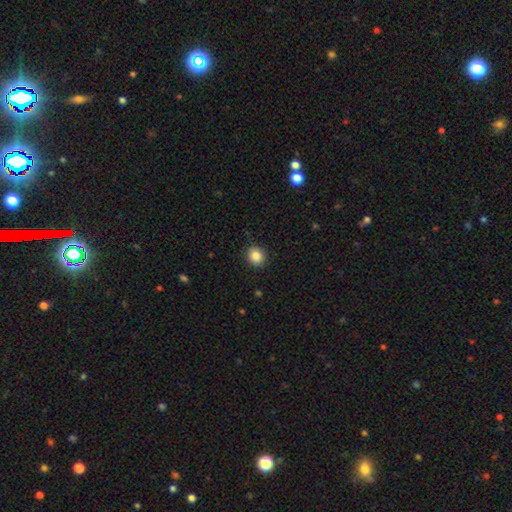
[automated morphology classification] A smooth galaxy with no disk features (86%) that is round (81%). Merging: none (91%).